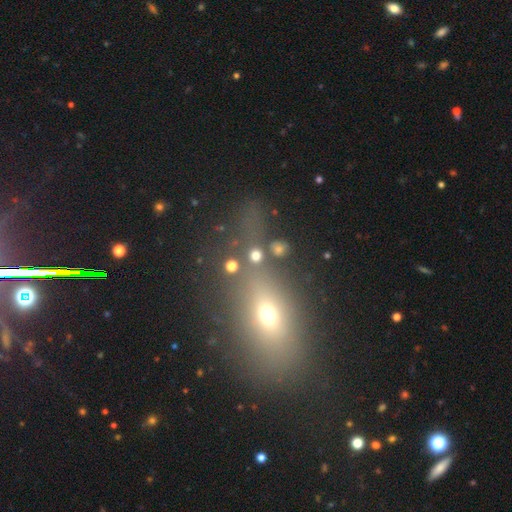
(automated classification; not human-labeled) Overall: smooth (67%). How rounded: round (73%). Merging: none (61%).